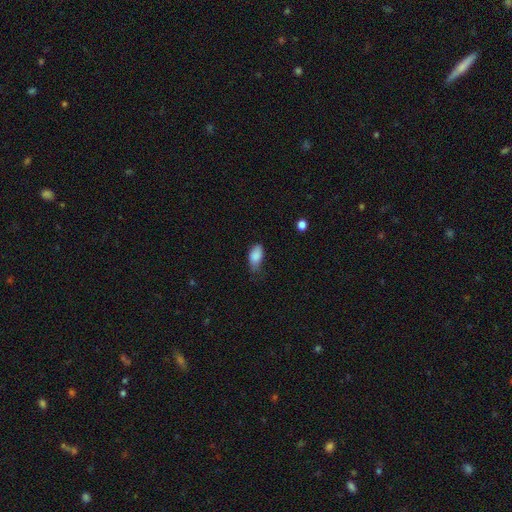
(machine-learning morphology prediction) This appears to be a smooth galaxy with no disk features (87%) that is in between round and cigar-shaped (92%). Merging: none (50%).